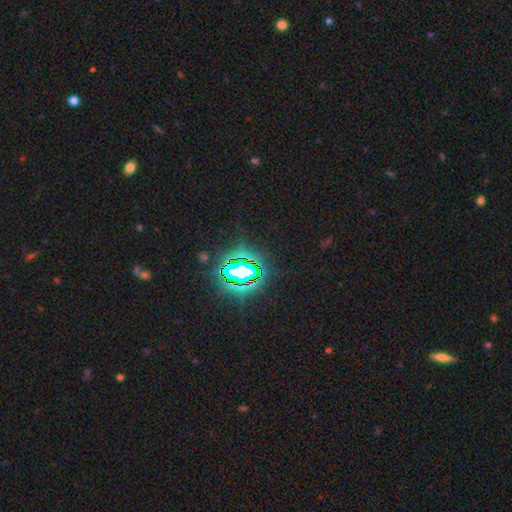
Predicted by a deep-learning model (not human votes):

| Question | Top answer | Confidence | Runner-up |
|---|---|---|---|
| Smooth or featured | star or artifact | 81% | smooth (12%) |